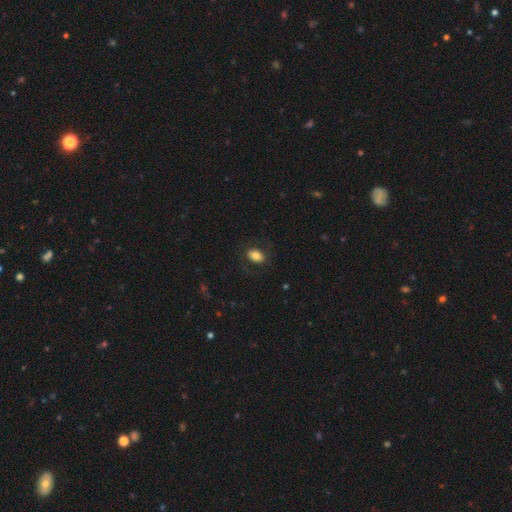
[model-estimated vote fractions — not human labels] Smooth or featured: smooth — 79% (featured or disk — 12%)
How rounded: in between — 79% (round — 20%)
Merging: none — 81% (minor disturbance — 11%)